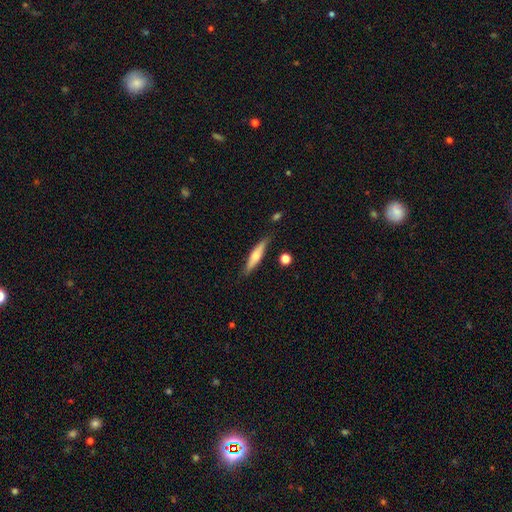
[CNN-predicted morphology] smooth_or_featured: smooth (p=0.52) [alt: featured or disk p=0.42]
how_rounded: cigar-shaped (p=0.83) [alt: in between p=0.15]
merging: none (p=0.83) [alt: minor disturbance p=0.12]